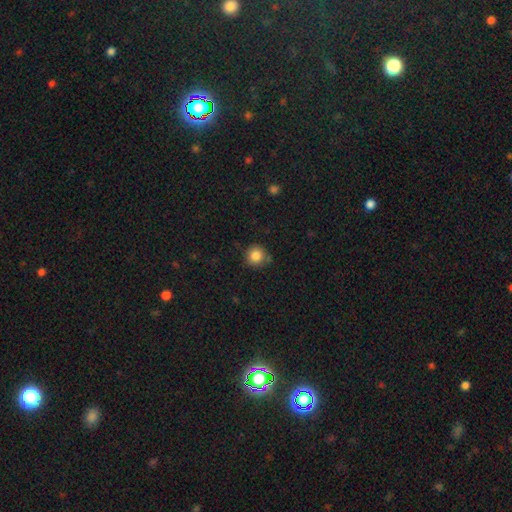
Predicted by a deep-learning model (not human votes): A smooth galaxy with no disk features (85%) that is round (93%).

Vote fractions:
- Smooth or featured? smooth: 85% / star or artifact: 10% / featured or disk: 5%
- How rounded? round: 93% / in between: 6% / cigar-shaped: 1%
- Merging? none: 78% / minor disturbance: 15% / merger: 4% / major disturbance: 3%